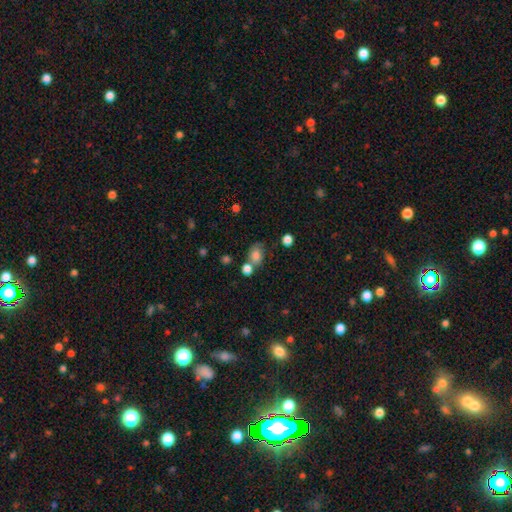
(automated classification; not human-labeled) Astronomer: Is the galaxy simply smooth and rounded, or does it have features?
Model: smooth — 79%.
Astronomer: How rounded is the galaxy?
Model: in between — 69%.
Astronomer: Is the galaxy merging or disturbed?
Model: none — 47% (runner-up: merger, 27%).